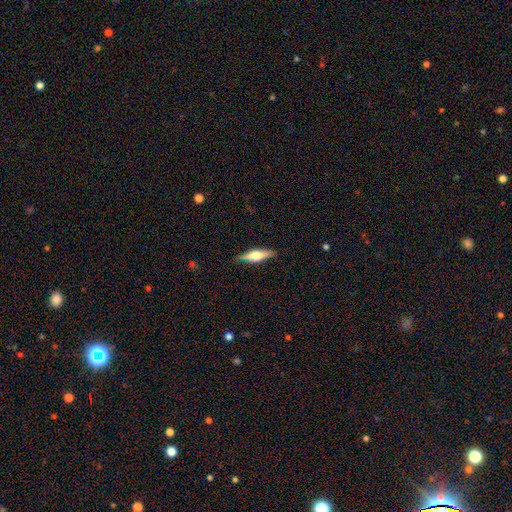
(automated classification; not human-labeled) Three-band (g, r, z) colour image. It shows a featured or disk galaxy (61%) viewed edge-on (96%) with a rounded central bulge (88%). Merging: none (84%).